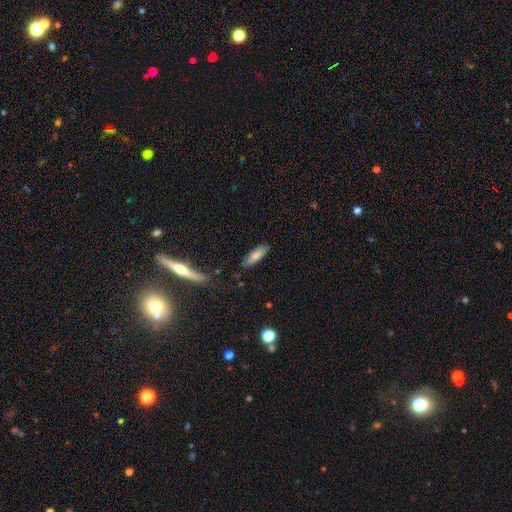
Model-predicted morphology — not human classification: Smooth or featured? smooth (74%)
How rounded? cigar-shaped (53%)
Merging? none (81%)